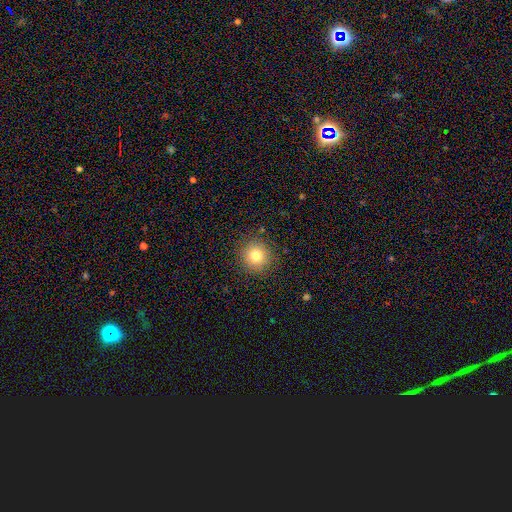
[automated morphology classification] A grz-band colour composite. It shows a smooth galaxy with no disk features (79%) that is round (93%). Merging: none (88%).